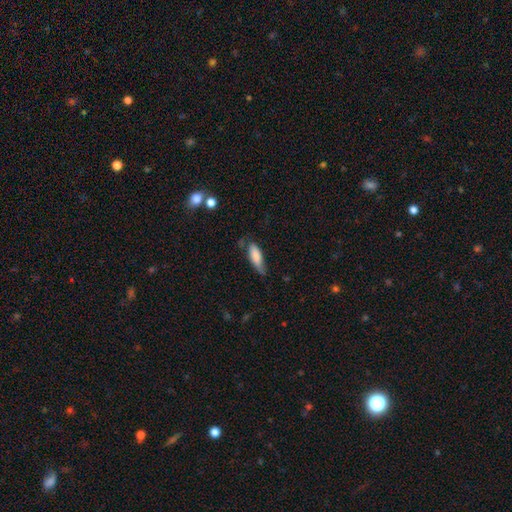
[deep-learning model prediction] Smooth or featured? Predicted: smooth (p=0.79). How rounded? Predicted: in between (p=0.57). Merging? Predicted: none (p=0.50).